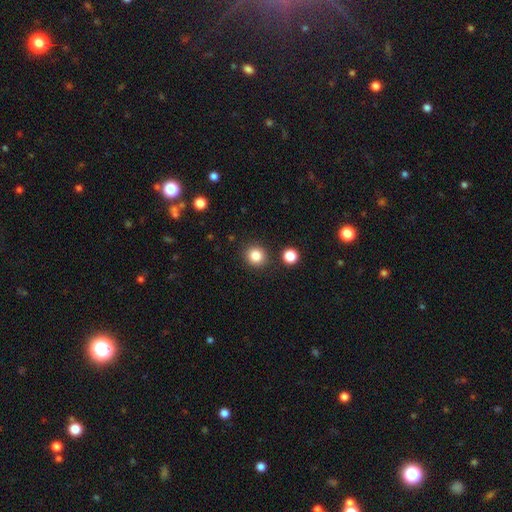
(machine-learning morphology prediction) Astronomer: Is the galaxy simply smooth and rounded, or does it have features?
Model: smooth — 85%.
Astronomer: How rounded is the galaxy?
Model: round — 88%.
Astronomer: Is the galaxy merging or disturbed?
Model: none — 87%.